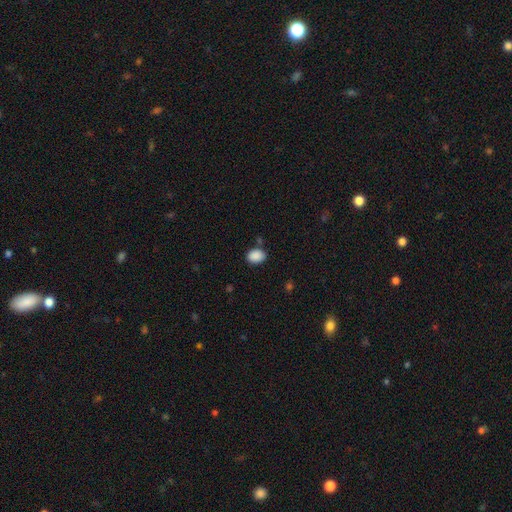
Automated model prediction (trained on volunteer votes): A smooth galaxy with no disk features (89%) that is in between round and cigar-shaped (73%).

Vote fractions:
- Smooth or featured? smooth: 89% / star or artifact: 8% / featured or disk: 3%
- How rounded? in between: 73% / round: 26% / cigar-shaped: 1%
- Merging? none: 79% / minor disturbance: 13% / merger: 4% / major disturbance: 3%